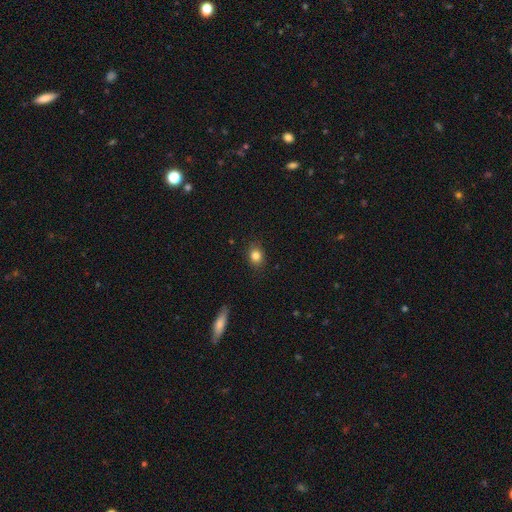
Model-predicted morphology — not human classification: Smooth or featured?
  - smooth: 84% *
  - star or artifact: 10%
  - featured or disk: 6%
How rounded?
  - round: 53% *
  - in between: 46%
  - cigar-shaped: 1%
Merging?
  - none: 85% *
  - minor disturbance: 11%
  - major disturbance: 3%
  - merger: 1%